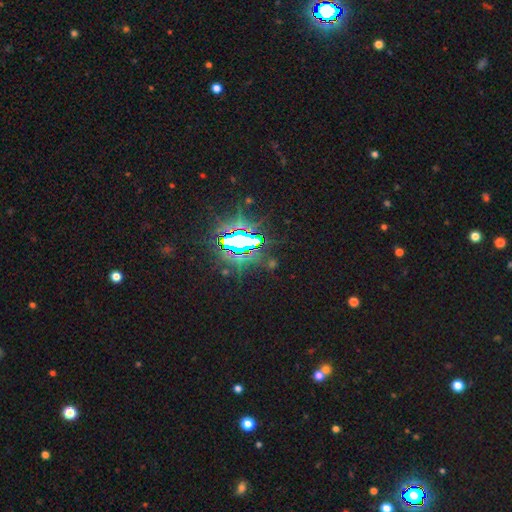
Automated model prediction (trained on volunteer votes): The model was most divided on "smooth or featured": star or artifact: 85%, smooth: 8%, featured or disk: 7%.